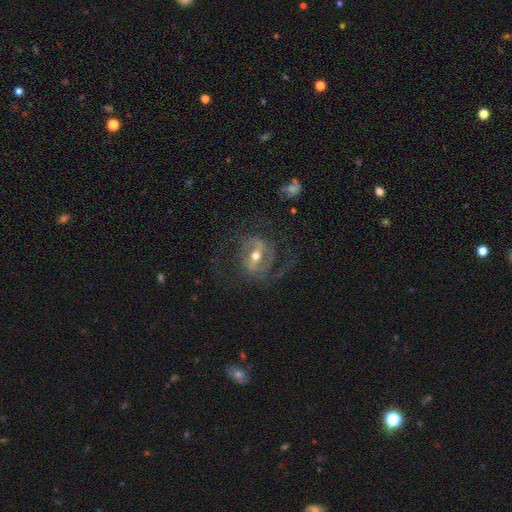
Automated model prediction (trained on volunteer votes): smooth_or_featured: featured or disk (p=0.85) [alt: smooth p=0.09]
disk_edge_on: no (p=0.95) [alt: yes p=0.05]
bar: strong (p=0.53) [alt: weak p=0.35]
has_spiral_arms: yes (p=0.87) [alt: no p=0.13]
spiral_winding: medium (p=0.48) [alt: loose p=0.28]
spiral_arm_count: 2 (p=0.72) [alt: can't tell p=0.11]
bulge_size: moderate (p=0.71) [alt: small p=0.22]
merging: none (p=0.65) [alt: major disturbance p=0.18]